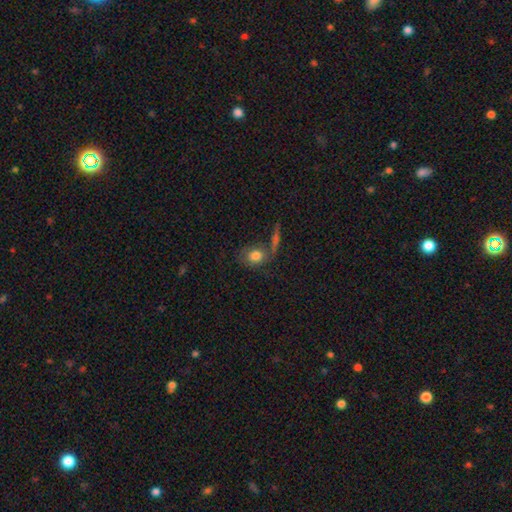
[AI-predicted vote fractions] A smooth galaxy with no disk features (75%) that is in between round and cigar-shaped (55%). Merging: none (57%).